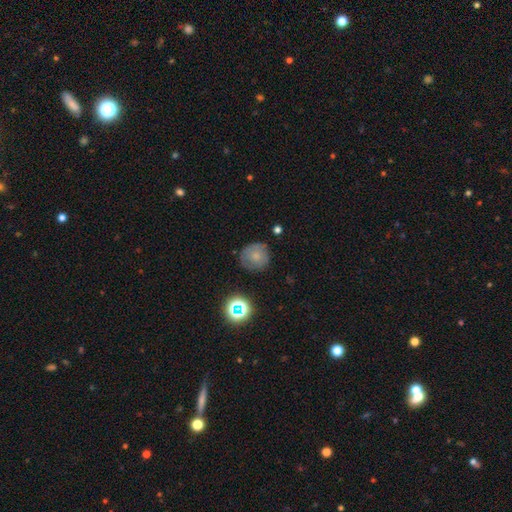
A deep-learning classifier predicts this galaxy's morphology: A smooth galaxy with no disk features (68%) that is round (91%). Merging: none (74%).